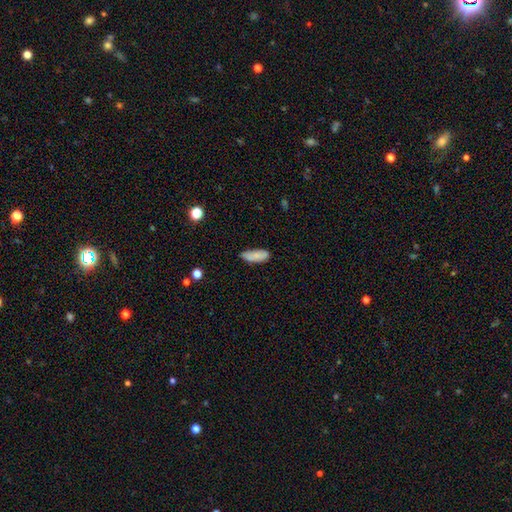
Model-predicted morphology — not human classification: smooth_or_featured: smooth (p=0.82) [alt: featured or disk p=0.10]
how_rounded: in between (p=0.74) [alt: cigar-shaped p=0.24]
merging: none (p=0.65) [alt: minor disturbance p=0.27]